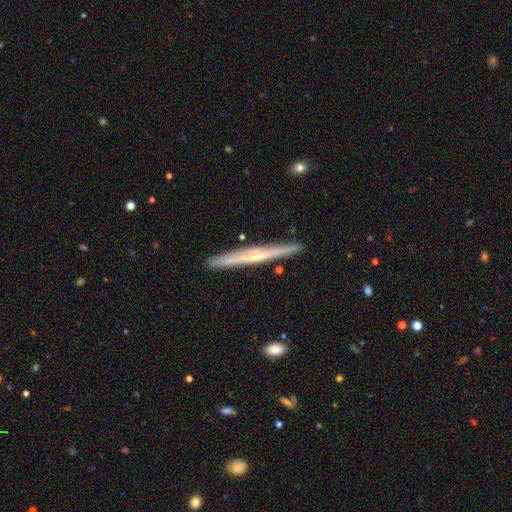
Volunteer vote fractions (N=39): A featured or disk galaxy (79%) viewed edge-on (97%) with a rounded central bulge (80%).

Vote fractions:
- Smooth or featured? featured or disk: 79% / smooth: 21% / star or artifact: 0%
- Edge-on disk? yes: 97% / no: 3%
- Edge-on bulge? rounded: 80% / none: 20% / boxy: 0%
- Merging? none: 100% / minor disturbance: 0% / major disturbance: 0% / merger: 0%